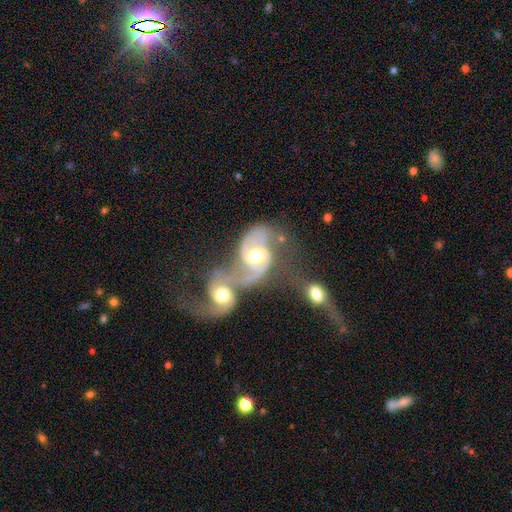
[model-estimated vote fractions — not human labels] Smooth or featured: featured or disk — 87% (smooth — 8%)
Edge-on disk: no — 98% (yes — 2%)
Bar: weak — 42% (no — 41%)
Spiral arms: yes — 95% (no — 5%)
Spiral winding: medium — 55% (loose — 24%)
Spiral arm count: 2 — 88% (can't tell — 5%)
Bulge size: moderate — 75% (small — 12%)
Merging: merger — 77% (none — 11%)